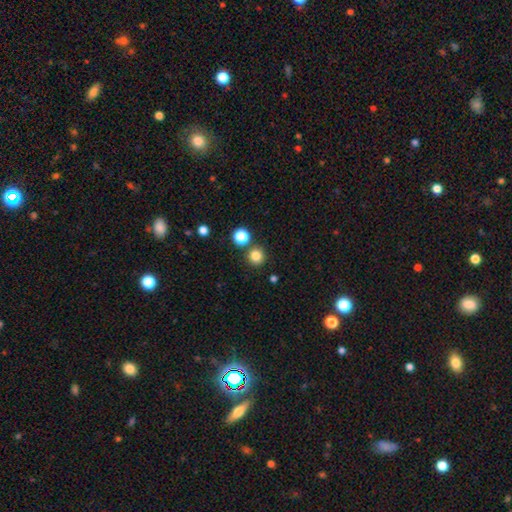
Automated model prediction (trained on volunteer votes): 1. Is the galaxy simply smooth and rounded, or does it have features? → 82% smooth, 14% star or artifact, 5% featured or disk.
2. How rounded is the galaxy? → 94% round, 5% in between, 1% cigar-shaped.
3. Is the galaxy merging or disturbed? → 84% none, 8% merger, 6% minor disturbance, 2% major disturbance.